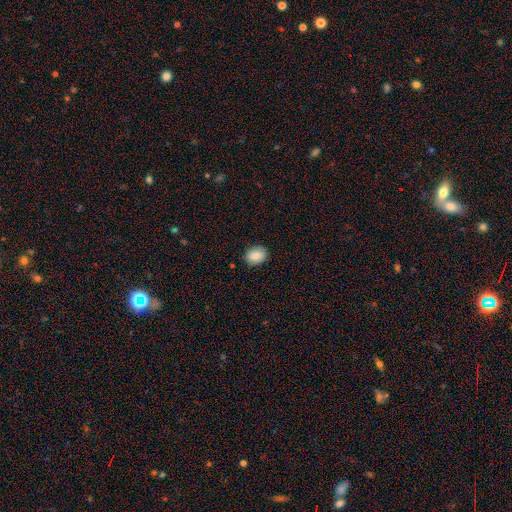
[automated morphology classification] The model was most divided on "how rounded": in between: 60%, round: 39%, cigar-shaped: 1%. More confident: merging — none (87%); smooth or featured — smooth (84%).